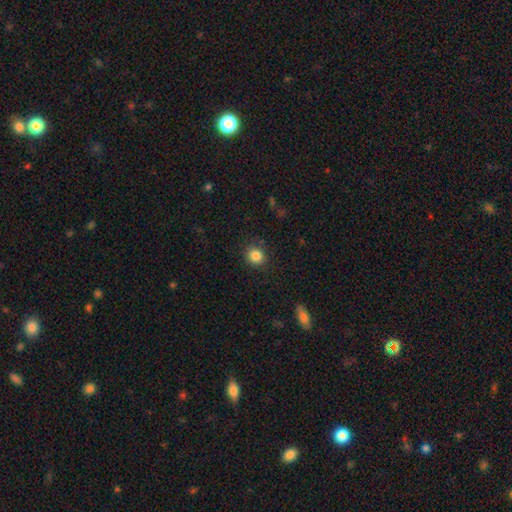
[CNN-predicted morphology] A smooth galaxy with no disk features (85%) that is round (83%). Merging: none (85%).